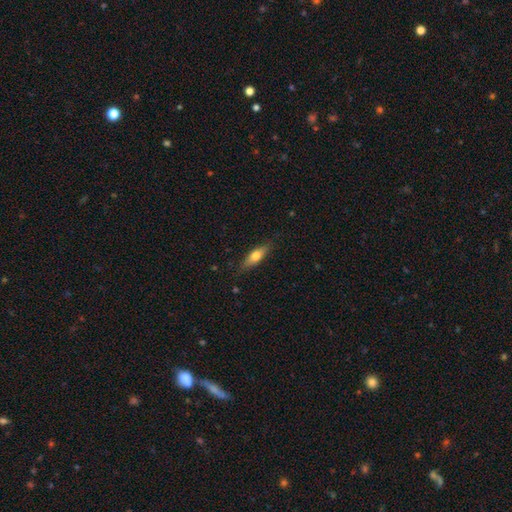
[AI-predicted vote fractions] Smooth or featured? Predicted: smooth (p=0.66). How rounded? Predicted: in between (p=0.55). Merging? Predicted: none (p=0.83).